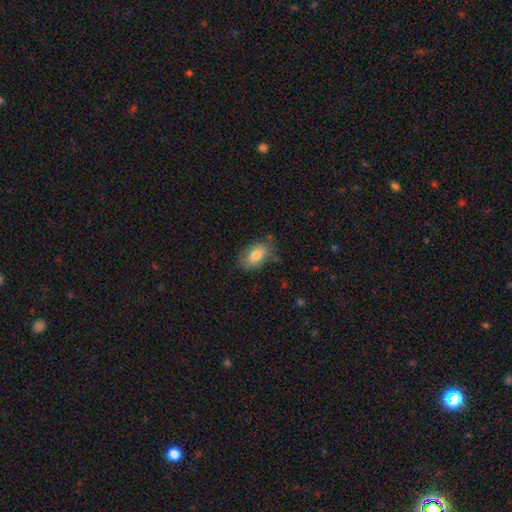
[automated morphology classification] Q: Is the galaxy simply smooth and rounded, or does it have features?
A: smooth — 78%.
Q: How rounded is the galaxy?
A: in between — 90%.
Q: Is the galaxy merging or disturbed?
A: none — 75%.